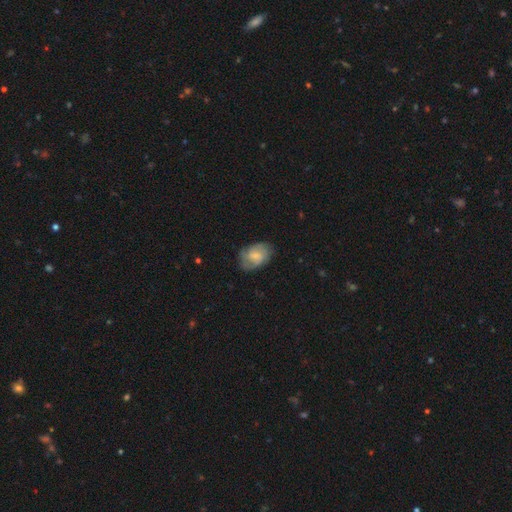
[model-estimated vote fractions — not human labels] This appears to be a featured or disk galaxy (60%) with a weak bar (48%), 2 (49%) medium (44%) spiral arms (89%) and a small central bulge (57%). Merging: none (70%).